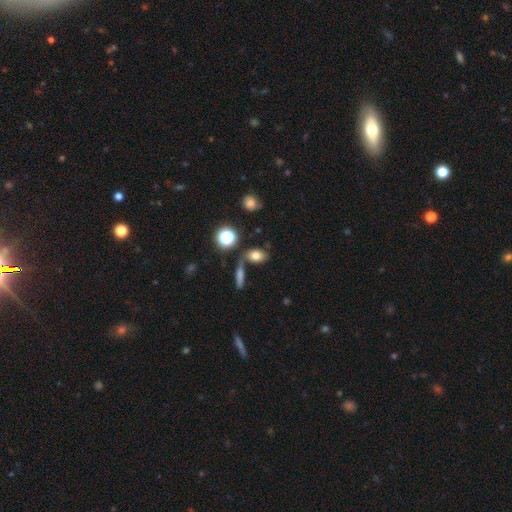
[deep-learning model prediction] Smooth or featured: smooth — 73% (star or artifact — 14%)
How rounded: in between — 74% (round — 22%)
Merging: none — 56% (merger — 25%)